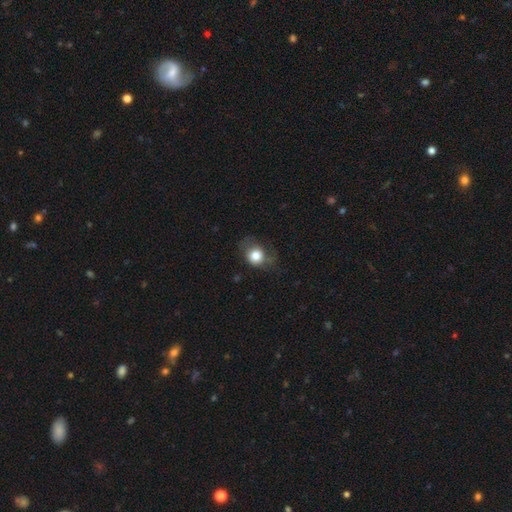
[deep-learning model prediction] A smooth galaxy with no disk features (77%) that is round (66%). Merging: none (51%).